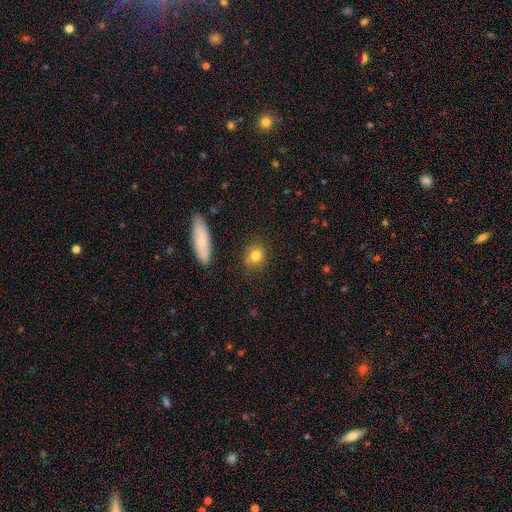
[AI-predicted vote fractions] A smooth galaxy with no disk features (80%) that is round (64%).

Vote fractions:
- Smooth or featured? smooth: 80% / featured or disk: 10% / star or artifact: 10%
- How rounded? round: 64% / in between: 33% / cigar-shaped: 3%
- Merging? none: 83% / minor disturbance: 11% / major disturbance: 3% / merger: 3%